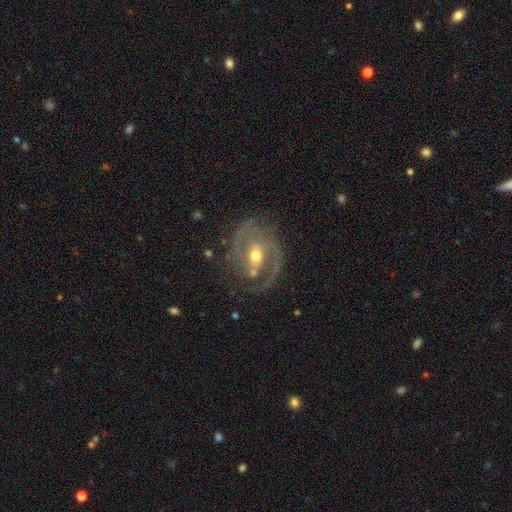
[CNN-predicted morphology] Q: Smooth or featured?
A: featured or disk (88%); runner-up: smooth (6%)
Q: Edge-on disk?
A: no (97%); runner-up: yes (3%)
Q: Bar?
A: weak (45%); runner-up: no (28%)
Q: Spiral arms?
A: yes (95%); runner-up: no (5%)
Q: Spiral winding?
A: medium (50%); runner-up: tight (36%)
Q: Spiral arm count?
A: 2 (73%); runner-up: 1 (10%)
Q: Bulge size?
A: moderate (63%); runner-up: small (33%)
Q: Merging?
A: none (67%); runner-up: minor disturbance (18%)